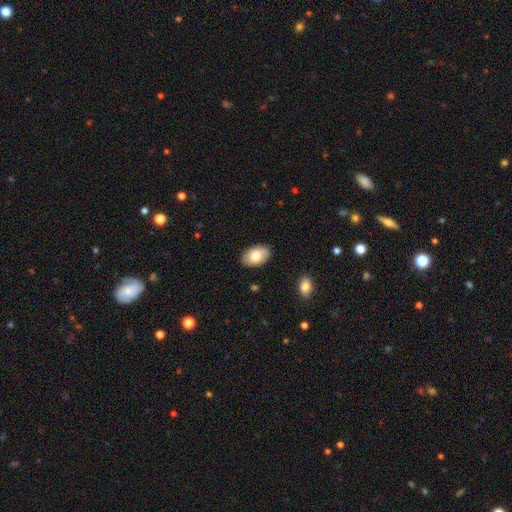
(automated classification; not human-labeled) Overall: smooth (78%). How rounded: in between (92%). Merging: none (87%).